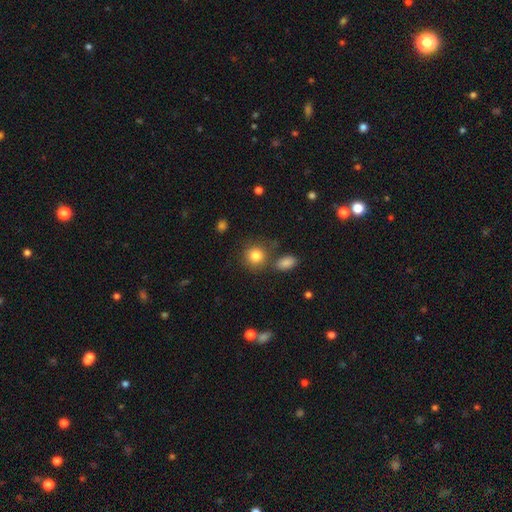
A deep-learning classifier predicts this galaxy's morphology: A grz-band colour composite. It shows a smooth galaxy with no disk features (83%) that is round (86%). Merging: none (73%).